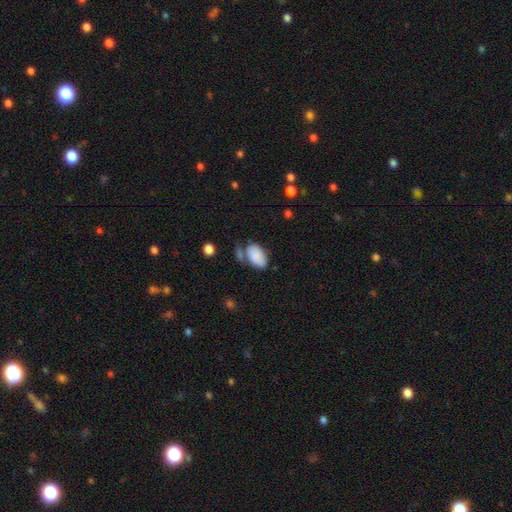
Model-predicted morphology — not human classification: Smooth or featured?
  - smooth: 85% *
  - featured or disk: 8%
  - star or artifact: 7%
How rounded?
  - in between: 94% *
  - round: 5%
  - cigar-shaped: 1%
Merging?
  - none: 53% *
  - minor disturbance: 21%
  - merger: 18%
  - major disturbance: 9%